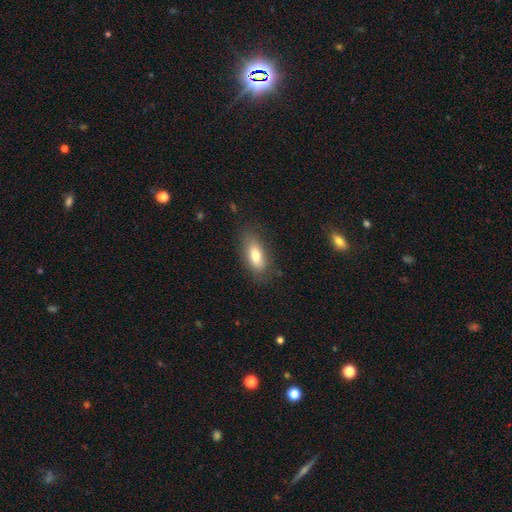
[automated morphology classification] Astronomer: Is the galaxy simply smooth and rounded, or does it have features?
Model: smooth — 76%.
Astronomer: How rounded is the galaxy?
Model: in between — 84%.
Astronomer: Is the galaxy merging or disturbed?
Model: none — 79%.